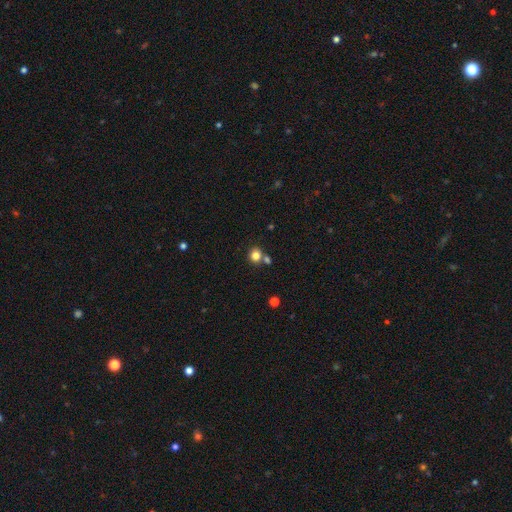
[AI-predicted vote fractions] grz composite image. It shows a smooth galaxy with no disk features (81%) that is round (83%). Merging: none (67%).